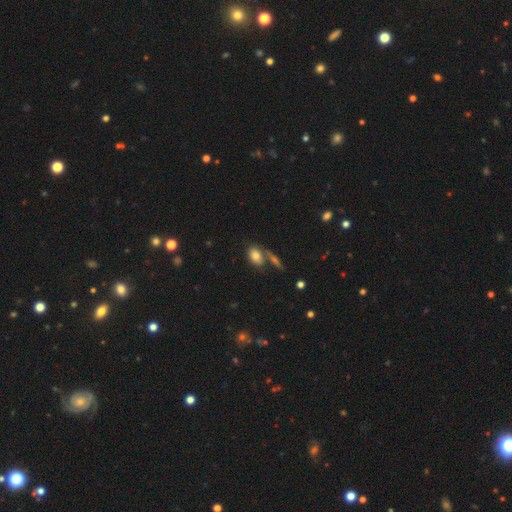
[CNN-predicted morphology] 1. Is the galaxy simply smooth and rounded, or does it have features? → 77% smooth, 13% featured or disk, 9% star or artifact.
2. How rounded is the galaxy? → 82% in between, 14% round, 3% cigar-shaped.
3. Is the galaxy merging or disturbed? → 56% none, 27% merger, 13% minor disturbance, 5% major disturbance.